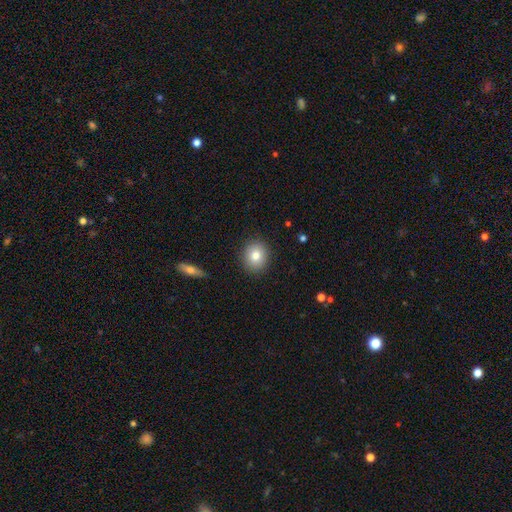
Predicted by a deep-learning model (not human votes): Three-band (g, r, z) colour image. It shows a smooth galaxy with no disk features (81%) that is round (74%). Merging: none (89%).